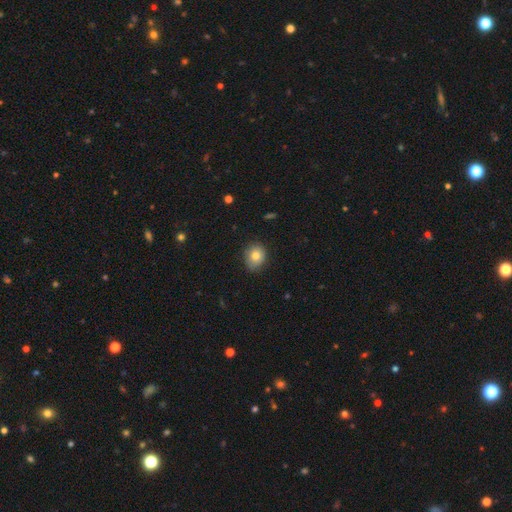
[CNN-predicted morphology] A smooth galaxy with no disk features (79%) that is round (65%). Merging: none (81%).